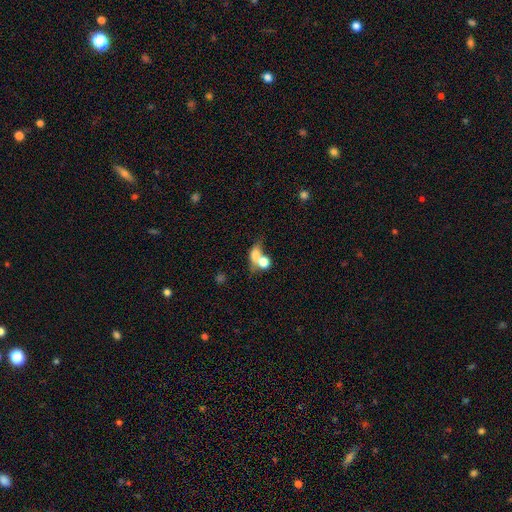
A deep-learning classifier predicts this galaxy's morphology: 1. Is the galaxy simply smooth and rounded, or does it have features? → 70% smooth, 20% featured or disk, 11% star or artifact.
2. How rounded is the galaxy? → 56% in between, 39% round, 5% cigar-shaped.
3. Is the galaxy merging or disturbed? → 63% merger, 21% none, 8% major disturbance, 8% minor disturbance.